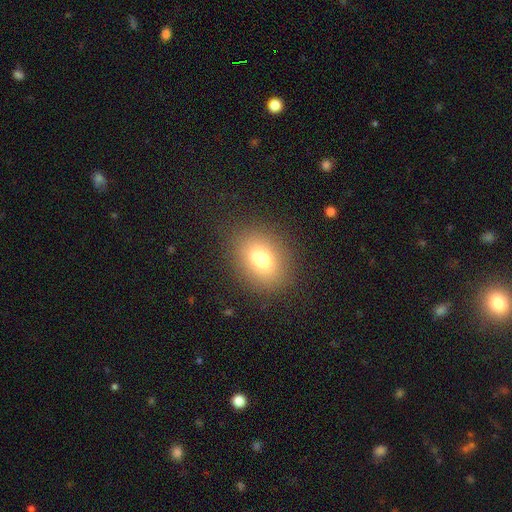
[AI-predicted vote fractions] A smooth galaxy with no disk features (68%) that is in between round and cigar-shaped (53%).

Vote fractions:
- Smooth or featured? smooth: 68% / featured or disk: 18% / star or artifact: 14%
- How rounded? in between: 53% / round: 46% / cigar-shaped: 1%
- Merging? none: 67% / merger: 14% / minor disturbance: 13% / major disturbance: 6%